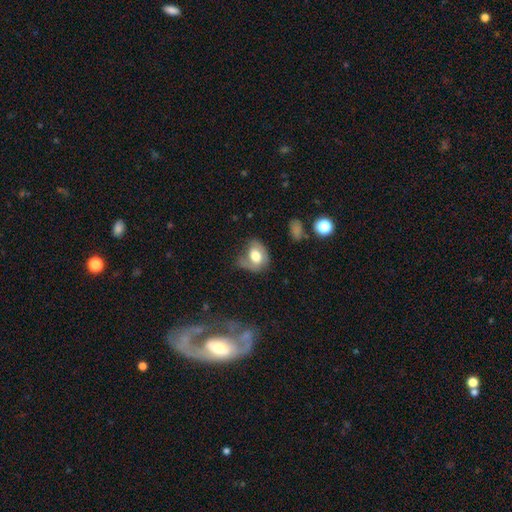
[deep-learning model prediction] Smooth or featured? Predicted: smooth (p=0.60). How rounded? Predicted: in between (p=0.67). Merging? Predicted: none (p=0.36).